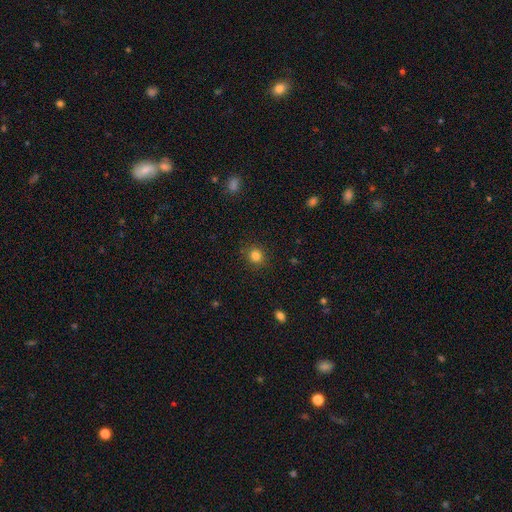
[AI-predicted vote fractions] A smooth galaxy with no disk features (83%) that is round (85%). Merging: none (89%).